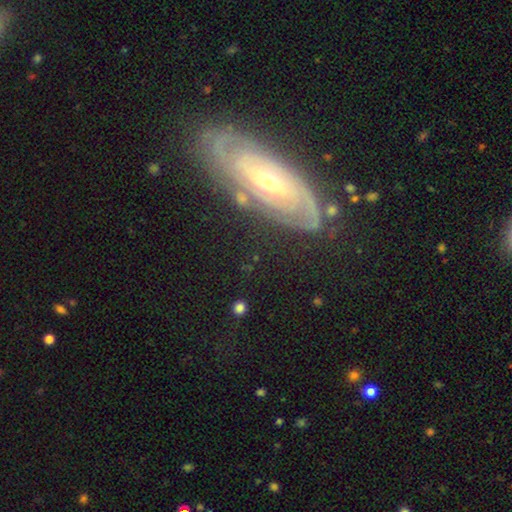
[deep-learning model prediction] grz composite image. It shows a featured or disk galaxy (83%) with no bar (61%), tight (75%) spiral arms (92%) and a small central bulge (56%). Merging: none (80%).